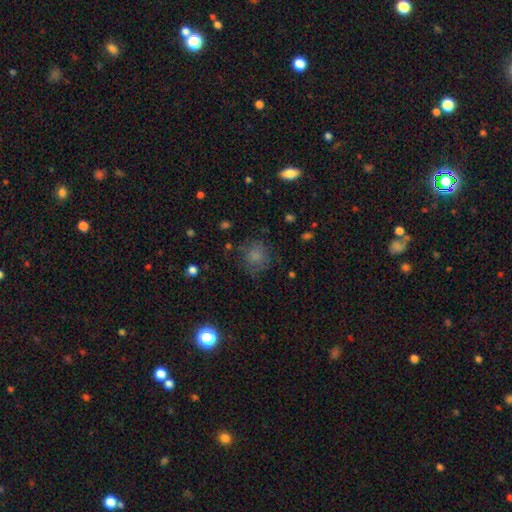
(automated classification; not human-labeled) A smooth galaxy with no disk features (75%) that is round (85%).

Vote fractions:
- Smooth or featured? smooth: 75% / star or artifact: 13% / featured or disk: 12%
- How rounded? round: 85% / in between: 14% / cigar-shaped: 1%
- Merging? none: 71% / minor disturbance: 18% / major disturbance: 9% / merger: 2%